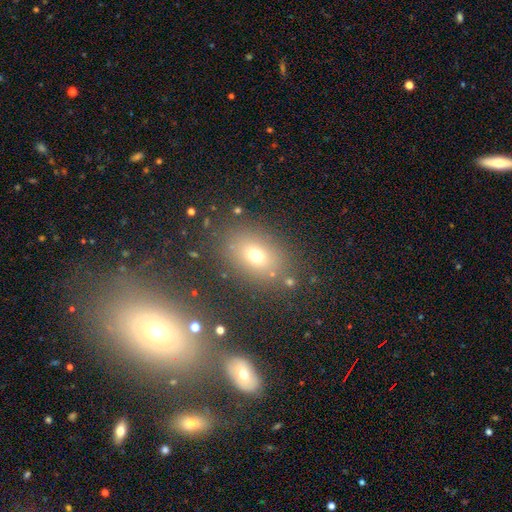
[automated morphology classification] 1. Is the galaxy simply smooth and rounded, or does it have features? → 67% smooth, 20% star or artifact, 13% featured or disk.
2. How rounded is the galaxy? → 66% in between, 32% round, 2% cigar-shaped.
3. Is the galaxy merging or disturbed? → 80% none, 10% minor disturbance, 5% major disturbance, 5% merger.